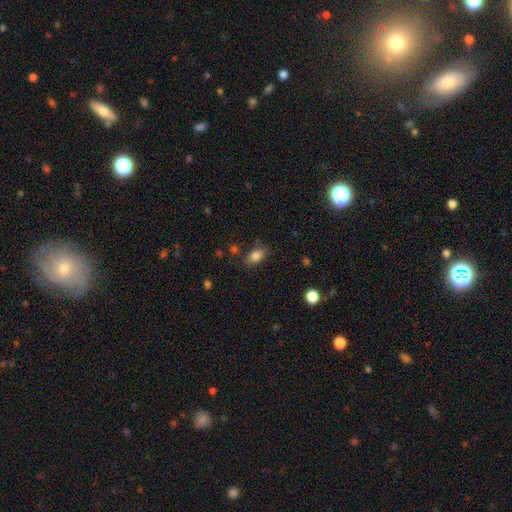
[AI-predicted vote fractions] Smooth or featured? smooth (84%)
How rounded? in between (84%)
Merging? none (75%)